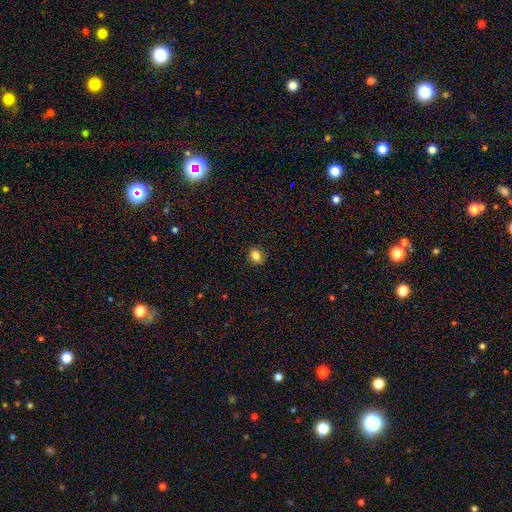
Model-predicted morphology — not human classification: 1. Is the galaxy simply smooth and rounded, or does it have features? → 83% smooth, 11% star or artifact, 6% featured or disk.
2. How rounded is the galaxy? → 61% round, 38% in between, 1% cigar-shaped.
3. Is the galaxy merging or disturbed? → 89% none, 8% minor disturbance, 2% major disturbance, 1% merger.